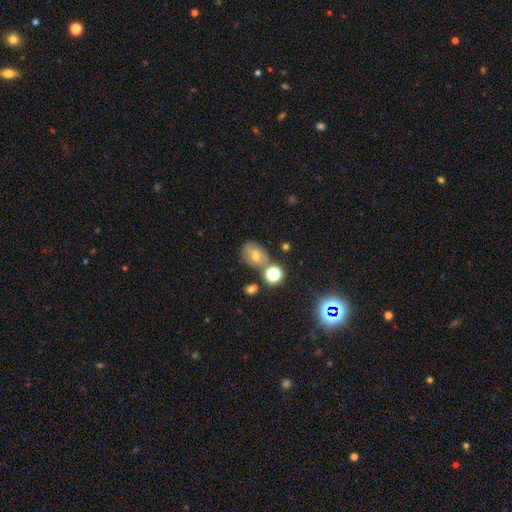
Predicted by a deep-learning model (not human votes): A smooth galaxy with no disk features (61%) that is in between round and cigar-shaped (59%).

Vote fractions:
- Smooth or featured? smooth: 61% / featured or disk: 22% / star or artifact: 17%
- How rounded? in between: 59% / round: 40% / cigar-shaped: 1%
- Merging? none: 55% / merger: 20% / minor disturbance: 18% / major disturbance: 7%